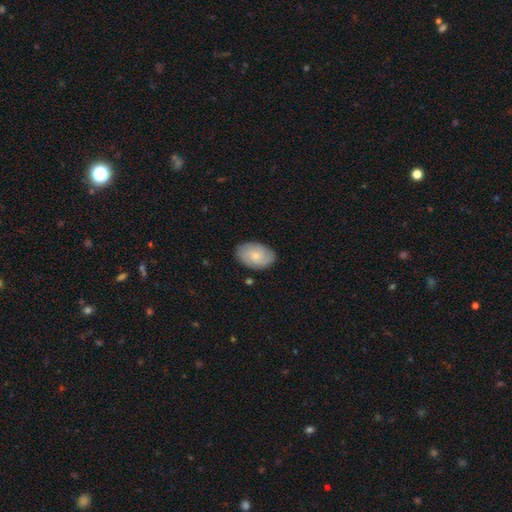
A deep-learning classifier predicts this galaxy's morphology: A smooth galaxy with no disk features (58%) that is in between round and cigar-shaped (89%). Merging: none (83%).